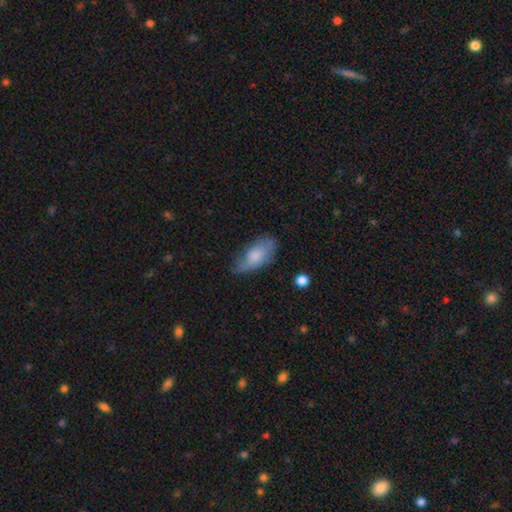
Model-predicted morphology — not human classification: The model was most divided on "merging": none: 54%, minor disturbance: 33%, major disturbance: 11%, merger: 2%. More confident: how rounded — in between (89%); smooth or featured — smooth (68%).